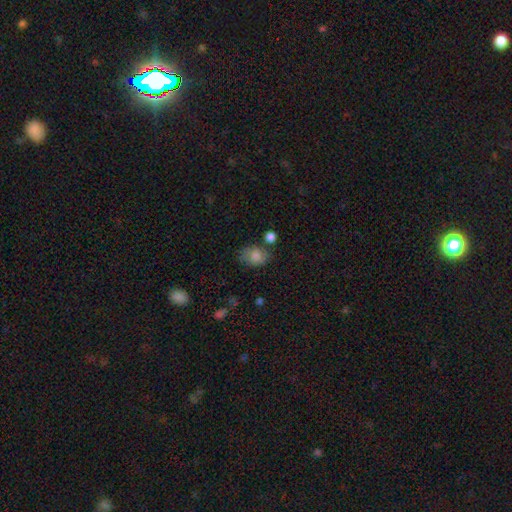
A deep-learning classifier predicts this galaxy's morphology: type=smooth (76%); roundness=in between (72%); merging=none (63%).